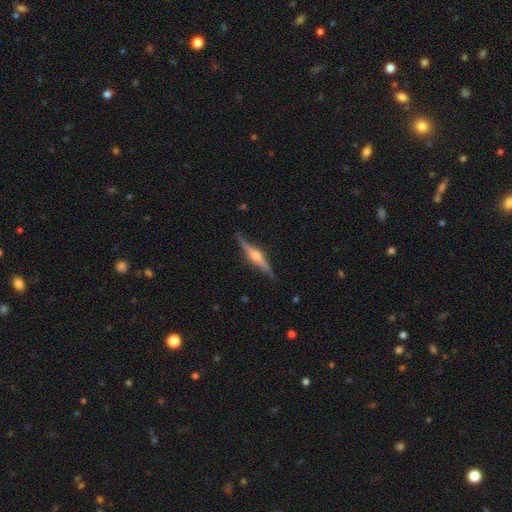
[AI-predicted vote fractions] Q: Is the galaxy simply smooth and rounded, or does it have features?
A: featured or disk — 82%.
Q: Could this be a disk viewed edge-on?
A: yes — 97%.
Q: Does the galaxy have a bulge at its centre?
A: rounded — 92%.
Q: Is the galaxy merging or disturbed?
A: none — 86%.